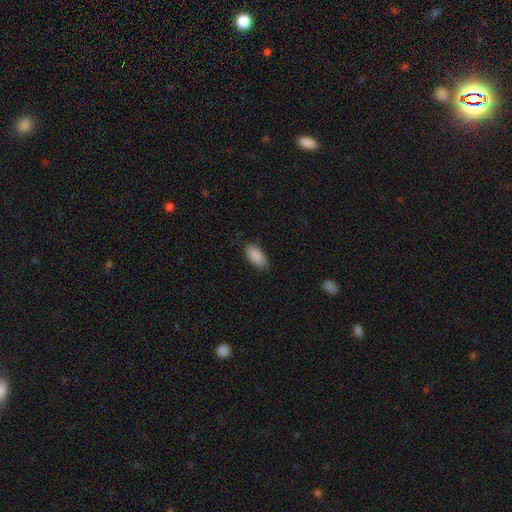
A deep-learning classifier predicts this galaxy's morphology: This appears to be a smooth galaxy with no disk features (89%) that is in between round and cigar-shaped (93%). Merging: none (85%).